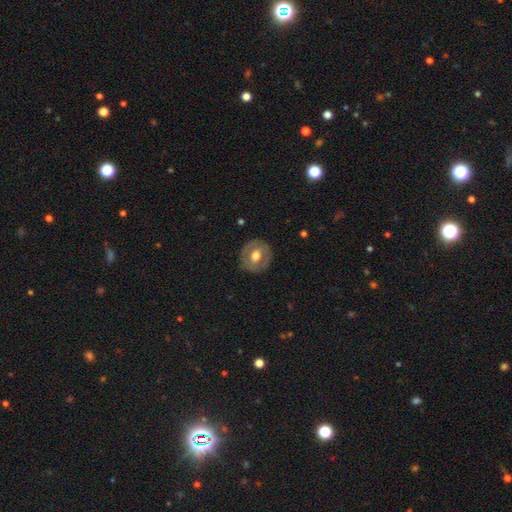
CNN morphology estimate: Smooth or featured?
  - smooth: 52% *
  - featured or disk: 42%
  - star or artifact: 6%
How rounded?
  - round: 85% *
  - in between: 14%
  - cigar-shaped: 1%
Merging?
  - none: 86% *
  - minor disturbance: 9%
  - major disturbance: 3%
  - merger: 1%